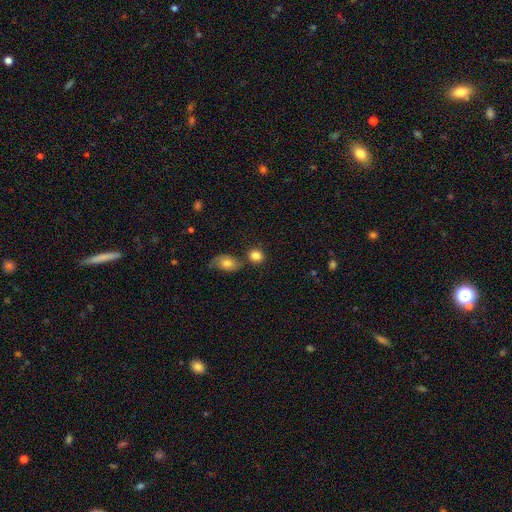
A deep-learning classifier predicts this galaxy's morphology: Overall: smooth (83%). How rounded: round (66%; in between 33%). Merging: none (63%).